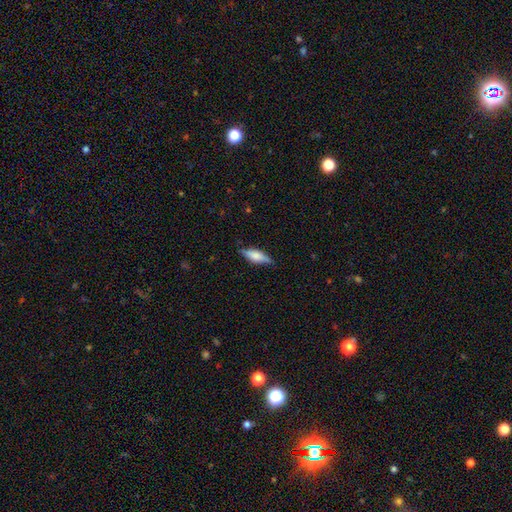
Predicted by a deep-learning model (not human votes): Smooth or featured? Predicted: smooth (p=0.56). How rounded? Predicted: cigar-shaped (p=0.49). Merging? Predicted: none (p=0.81).